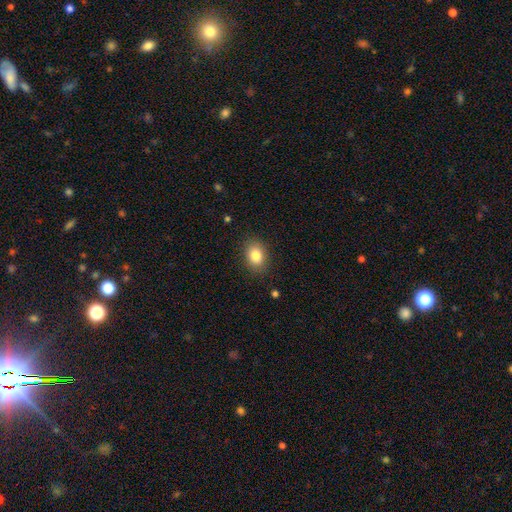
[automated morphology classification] type=smooth (84%); roundness=in between (68%); merging=none (86%).